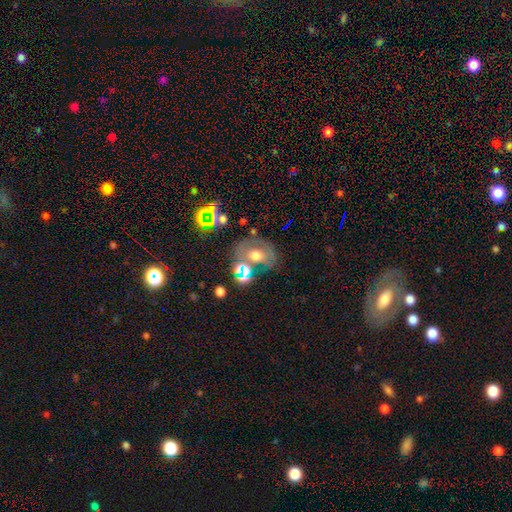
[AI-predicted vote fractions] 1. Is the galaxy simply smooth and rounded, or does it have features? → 42% smooth, 33% featured or disk, 25% star or artifact.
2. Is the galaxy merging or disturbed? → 53% none, 19% merger, 17% minor disturbance, 11% major disturbance.